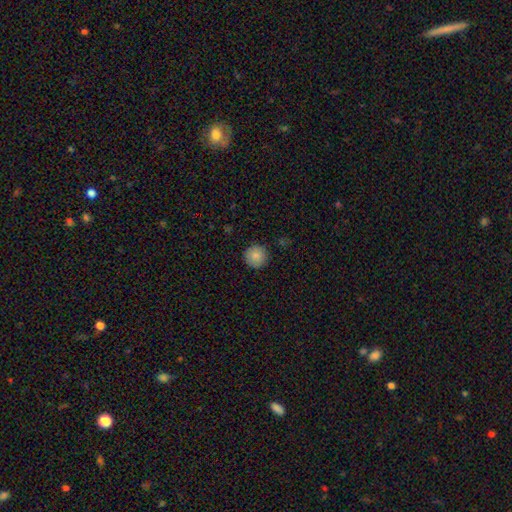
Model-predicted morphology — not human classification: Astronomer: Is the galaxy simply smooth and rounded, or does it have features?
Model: smooth — 86%.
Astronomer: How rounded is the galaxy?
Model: round — 95%.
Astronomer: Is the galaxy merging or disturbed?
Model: none — 90%.